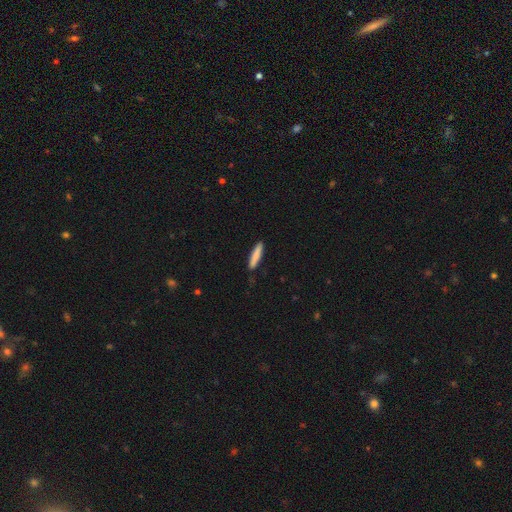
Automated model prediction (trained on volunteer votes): This is clearly a smooth galaxy (82%). How rounded: clearly cigar-shaped (90%). Merging: clearly none (89%).